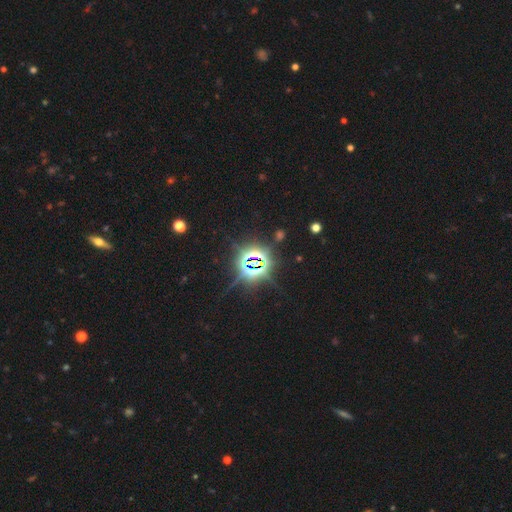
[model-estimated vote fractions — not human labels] Morphology: type=star or artifact (84%).